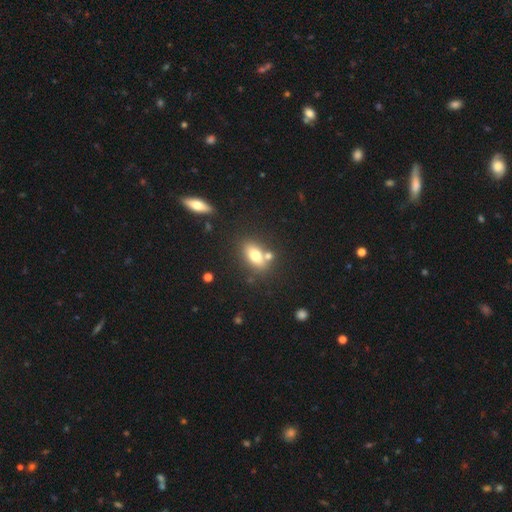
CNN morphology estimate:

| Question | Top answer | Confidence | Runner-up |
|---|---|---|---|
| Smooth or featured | smooth | 74% | featured or disk (17%) |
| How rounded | in between | 83% | round (10%) |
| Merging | none | 64% | merger (20%) |